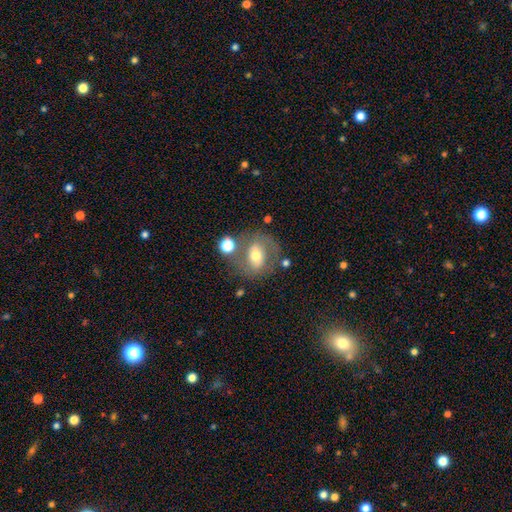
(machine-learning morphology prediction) A featured or disk galaxy (50%). Merging: none (60%).